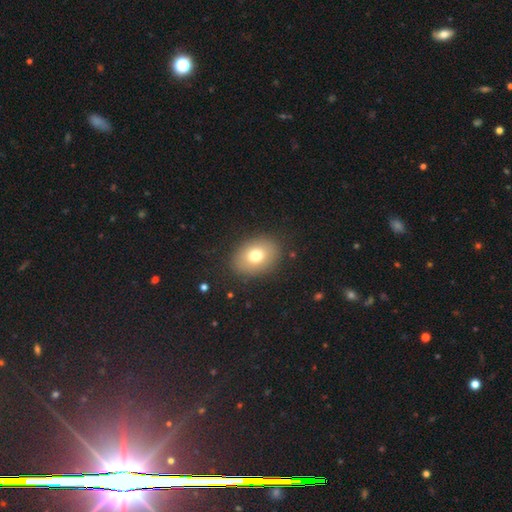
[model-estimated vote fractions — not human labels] A smooth galaxy with no disk features (75%) that is in between round and cigar-shaped (68%).

Vote fractions:
- Smooth or featured? smooth: 75% / featured or disk: 15% / star or artifact: 10%
- How rounded? in between: 68% / round: 31% / cigar-shaped: 1%
- Merging? none: 86% / minor disturbance: 9% / major disturbance: 3% / merger: 1%